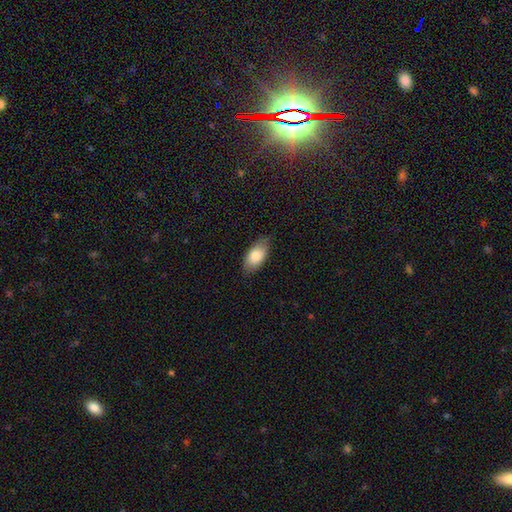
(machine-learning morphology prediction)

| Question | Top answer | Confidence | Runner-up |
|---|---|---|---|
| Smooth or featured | smooth | 83% | featured or disk (11%) |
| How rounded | in between | 92% | cigar-shaped (4%) |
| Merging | none | 79% | minor disturbance (16%) |